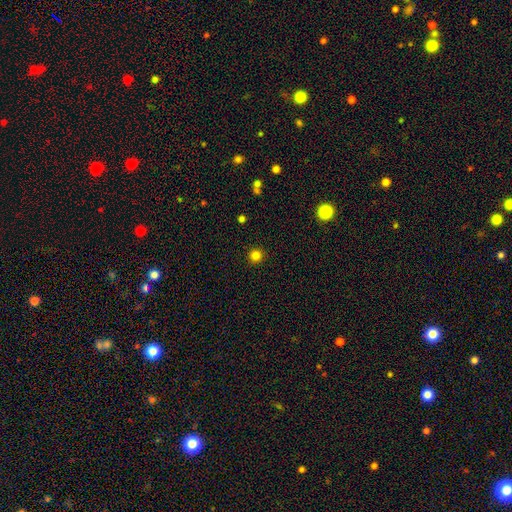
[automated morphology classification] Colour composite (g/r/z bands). It shows a smooth galaxy with no disk features (82%) that is round (95%). Merging: none (93%).